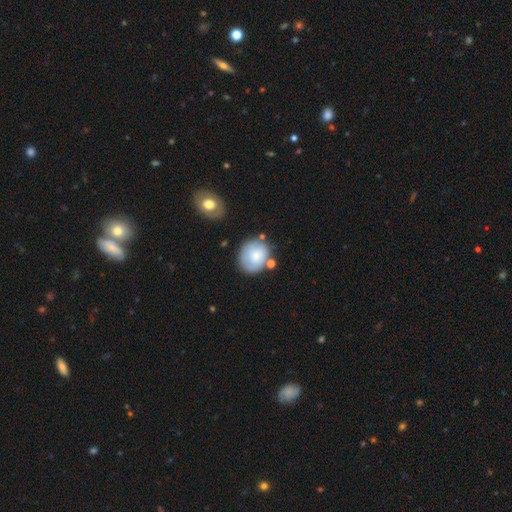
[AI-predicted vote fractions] Smooth or featured? Predicted: smooth (p=0.71). How rounded? Predicted: round (p=0.68). Merging? Predicted: none (p=0.67).